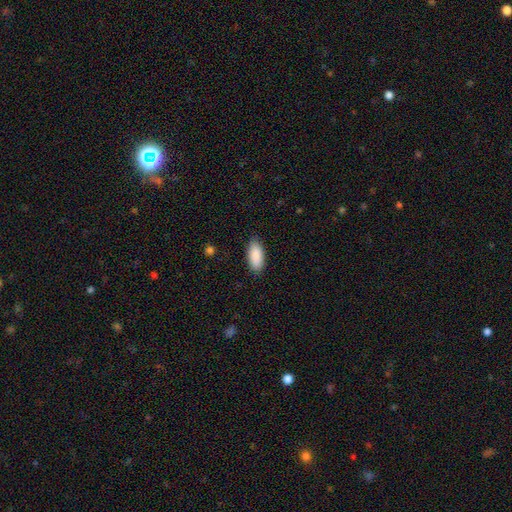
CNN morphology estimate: A smooth galaxy with no disk features (90%) that is in between round and cigar-shaped (87%).

Vote fractions:
- Smooth or featured? smooth: 90% / star or artifact: 6% / featured or disk: 4%
- How rounded? in between: 87% / cigar-shaped: 11% / round: 2%
- Merging? none: 86% / minor disturbance: 11% / major disturbance: 2% / merger: 1%